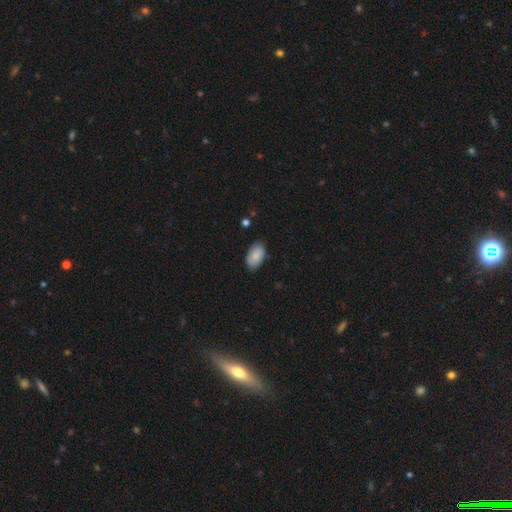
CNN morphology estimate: smooth-or-featured: smooth: 82% | featured or disk: 11% | star or artifact: 7%
  how-rounded: in between: 94% | round: 4% | cigar-shaped: 1%
  merging: none: 82% | minor disturbance: 14% | major disturbance: 2% | merger: 1%